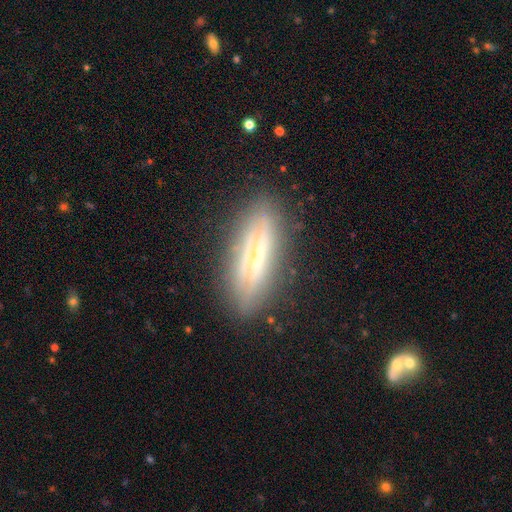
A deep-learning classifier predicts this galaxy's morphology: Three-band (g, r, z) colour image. It shows a featured or disk galaxy (68%) viewed edge-on (86%) with a rounded central bulge (51%). Merging: none (82%).